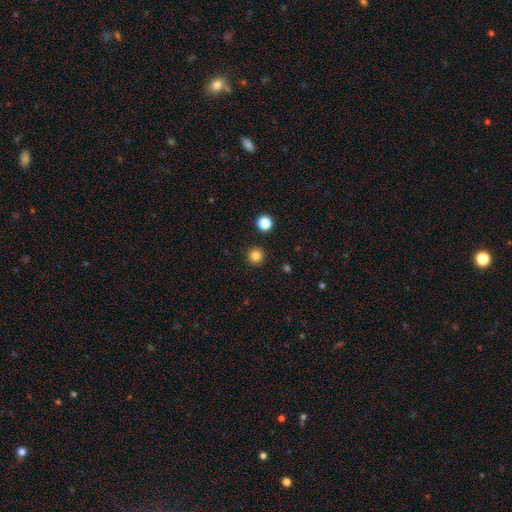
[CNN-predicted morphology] This appears to be a smooth galaxy with no disk features (83%) that is round (96%). Merging: none (93%).